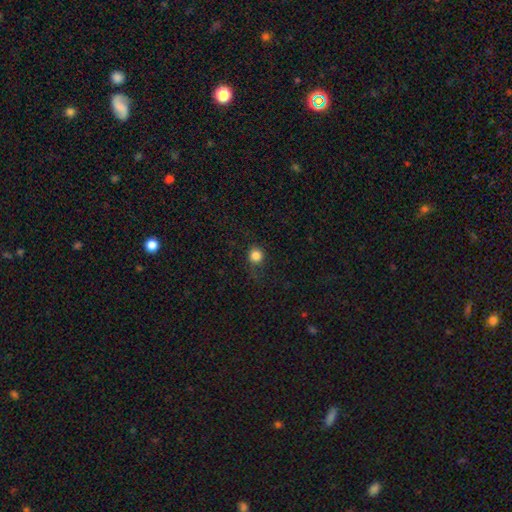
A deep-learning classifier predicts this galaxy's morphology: Smooth or featured? smooth (83%)
How rounded? round (91%)
Merging? none (75%)